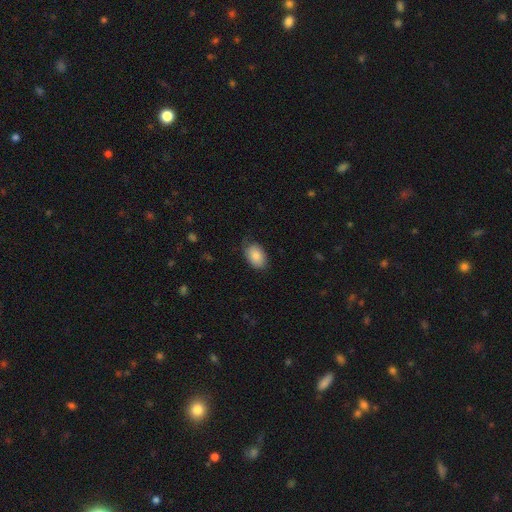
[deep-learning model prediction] A smooth galaxy with no disk features (84%) that is in between round and cigar-shaped (88%).

Vote fractions:
- Smooth or featured? smooth: 84% / featured or disk: 9% / star or artifact: 7%
- How rounded? in between: 88% / round: 11% / cigar-shaped: 1%
- Merging? none: 70% / minor disturbance: 24% / major disturbance: 6% / merger: 1%